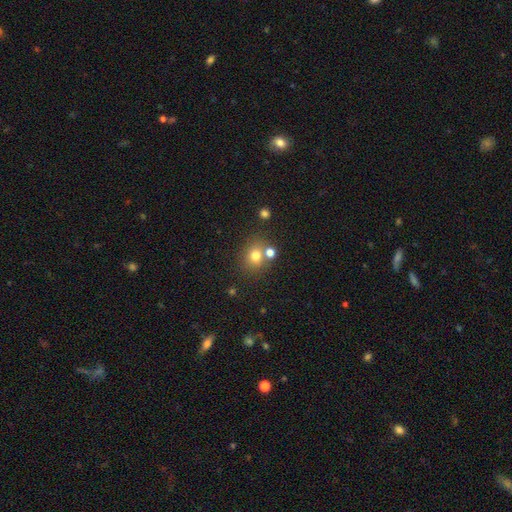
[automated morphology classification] Smooth or featured: smooth — 74% (star or artifact — 15%)
How rounded: round — 74% (in between — 25%)
Merging: none — 66% (merger — 20%)